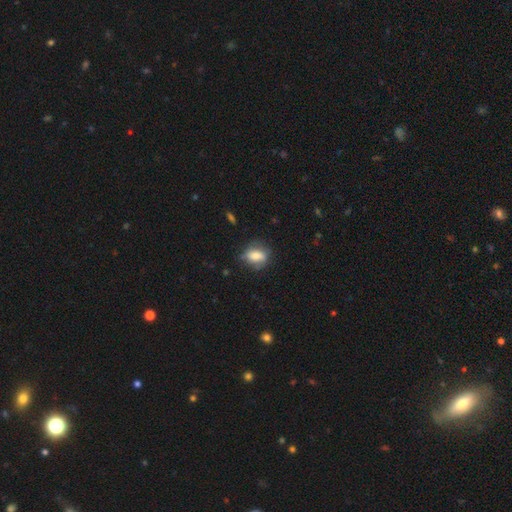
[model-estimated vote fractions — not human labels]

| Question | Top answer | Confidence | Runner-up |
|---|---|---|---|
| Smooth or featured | smooth | 71% | featured or disk (21%) |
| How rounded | in between | 65% | round (31%) |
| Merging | none | 68% | minor disturbance (23%) |